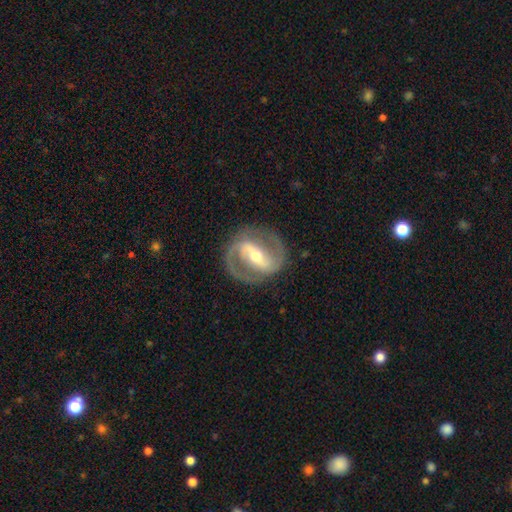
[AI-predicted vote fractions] Overall: featured or disk (89%). Edge-on disk: no (96%). Bar: strong (59%; weak 29%). Spiral arms: yes (93%). Spiral arm count: 2 (92%). Spiral winding: medium (55%; tight 30%). Bulge size: moderate (59%; small 35%). Merging: none (84%).